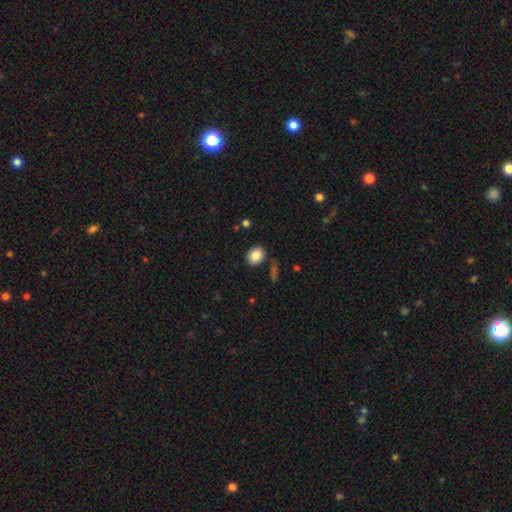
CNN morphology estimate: Smooth or featured?
  - smooth: 86% *
  - star or artifact: 9%
  - featured or disk: 6%
How rounded?
  - in between: 51% *
  - round: 48%
  - cigar-shaped: 1%
Merging?
  - none: 84% *
  - minor disturbance: 10%
  - merger: 4%
  - major disturbance: 3%